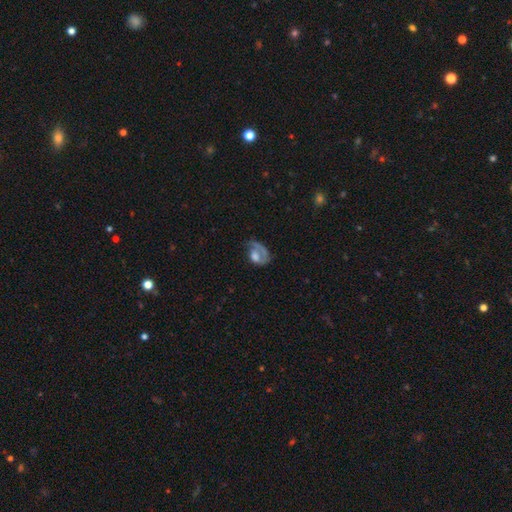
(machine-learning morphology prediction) Smooth or featured?
  - featured or disk: 53% *
  - smooth: 37%
  - star or artifact: 11%
Edge-on disk?
  - no: 97% *
  - yes: 3%
Bar?
  - no: 81% *
  - weak: 16%
  - strong: 4%
Spiral arms?
  - yes: 54% *
  - no: 46%
Bulge size?
  - moderate: 36% *
  - large: 28%
  - none: 17%
  - small: 14%
  - dominant: 5%
Merging?
  - major disturbance: 44% *
  - none: 31%
  - minor disturbance: 20%
  - merger: 5%